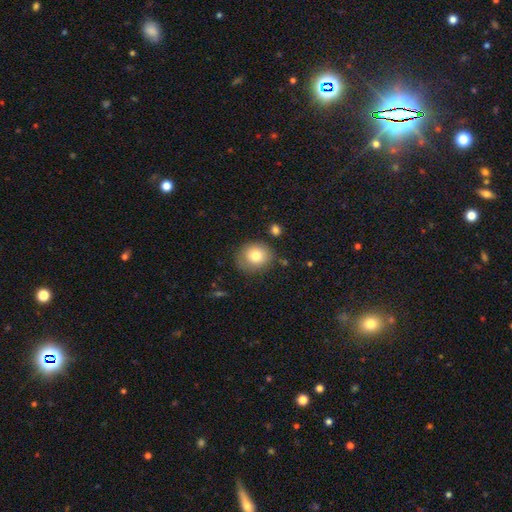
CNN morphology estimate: This appears to be a smooth galaxy with no disk features (78%) that is round (72%). Merging: none (78%).